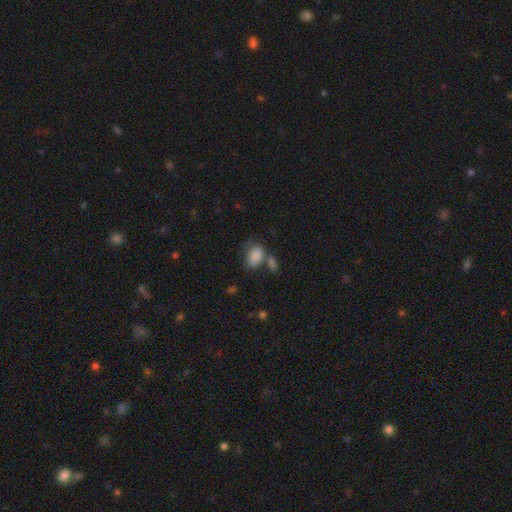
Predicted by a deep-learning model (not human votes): This is clearly a smooth galaxy (84%). How rounded: clearly in between (86%). Merging: marginally none (42%).